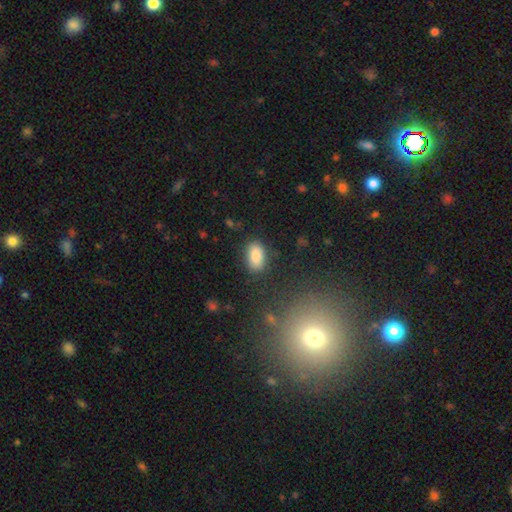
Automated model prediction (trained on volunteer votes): Morphology: type=smooth (87%); roundness=in between (91%); merging=none (82%).